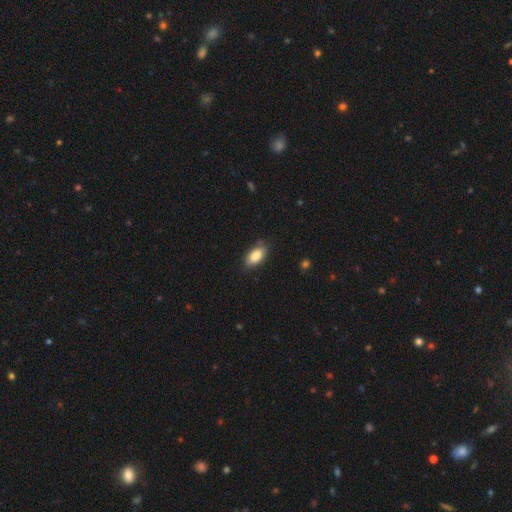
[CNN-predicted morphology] Smooth or featured: smooth — 85% (featured or disk — 8%)
How rounded: in between — 90% (cigar-shaped — 7%)
Merging: none — 81% (minor disturbance — 15%)